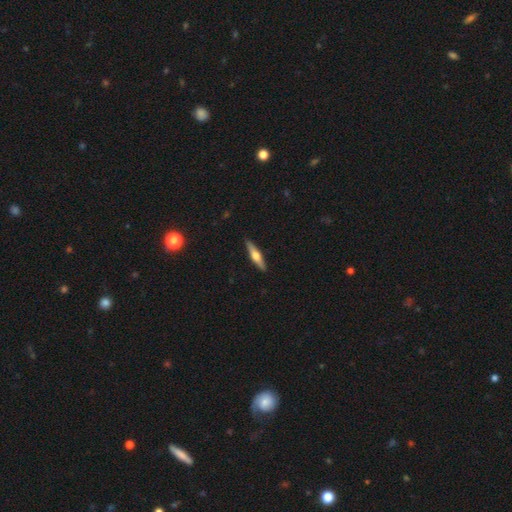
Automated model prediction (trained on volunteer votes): smooth-or-featured: featured or disk: 54% | smooth: 41% | star or artifact: 5%
  disk-edge-on: yes: 95% | no: 5%
    edge-on-bulge: rounded: 92% | boxy: 4% | none: 4%
  merging: none: 91% | minor disturbance: 7% | major disturbance: 1% | merger: 1%